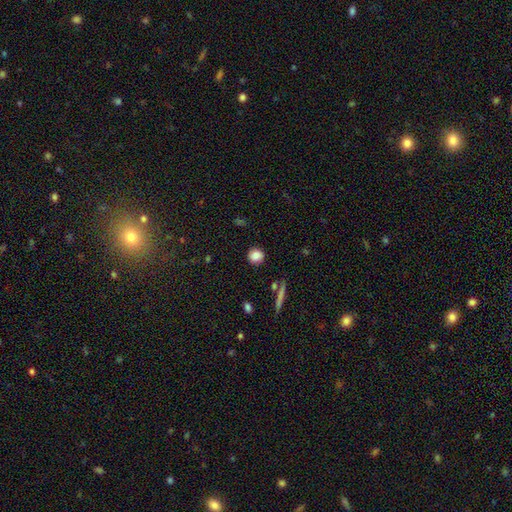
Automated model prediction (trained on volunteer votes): Smooth or featured? Predicted: smooth (p=0.85). How rounded? Predicted: round (p=0.91). Merging? Predicted: none (p=0.88).